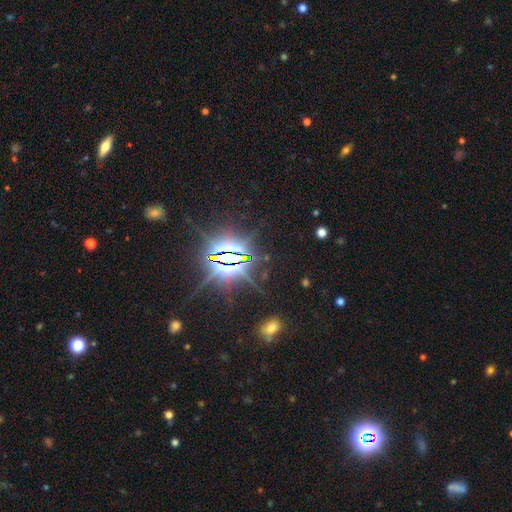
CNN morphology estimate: Overall: star or artifact (87%).